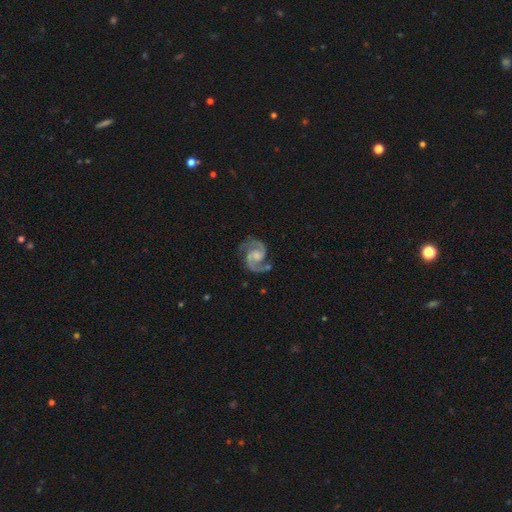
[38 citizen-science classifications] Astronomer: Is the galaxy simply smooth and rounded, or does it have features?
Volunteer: featured or disk — 97%.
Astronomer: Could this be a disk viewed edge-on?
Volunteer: no — 97%.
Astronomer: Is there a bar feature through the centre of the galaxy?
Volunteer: no — 67%.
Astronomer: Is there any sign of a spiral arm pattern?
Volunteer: yes — 100%.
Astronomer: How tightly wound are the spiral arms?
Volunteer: medium — 75%.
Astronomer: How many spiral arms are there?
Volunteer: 2 — 100%.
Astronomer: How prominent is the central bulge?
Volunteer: moderate — 44% (runner-up: none, 28%).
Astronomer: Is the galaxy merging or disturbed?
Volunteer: none — 73%.